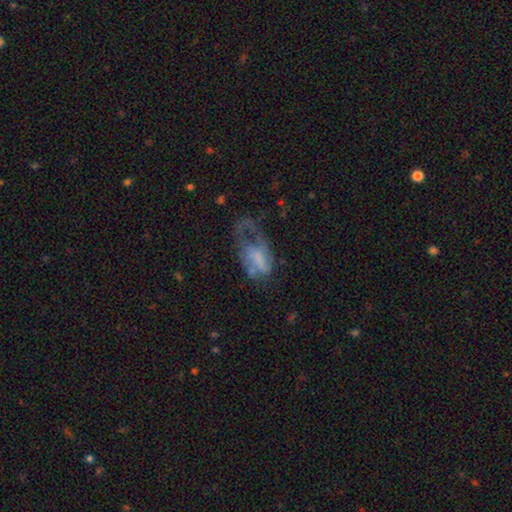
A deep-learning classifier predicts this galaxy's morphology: Smooth or featured?
  - featured or disk: 51% *
  - smooth: 38%
  - star or artifact: 10%
Edge-on disk?
  - no: 95% *
  - yes: 5%
Merging?
  - major disturbance: 55% *
  - none: 20%
  - minor disturbance: 19%
  - merger: 5%